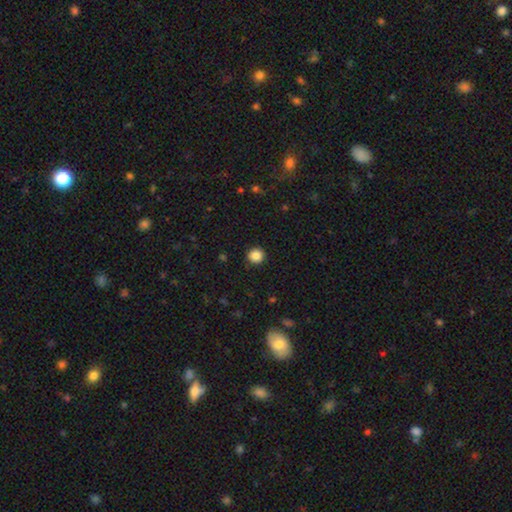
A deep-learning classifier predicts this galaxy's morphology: This is clearly a smooth galaxy (85%). How rounded: clearly round (94%). Merging: clearly none (92%).